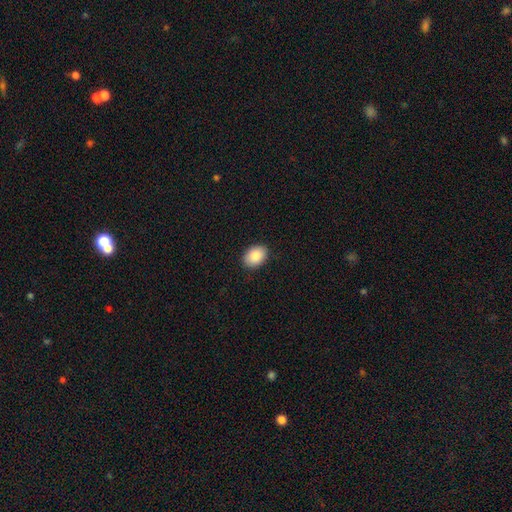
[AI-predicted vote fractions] The model was most divided on "how rounded": in between: 77%, round: 22%, cigar-shaped: 1%. More confident: merging — none (89%); smooth or featured — smooth (86%).